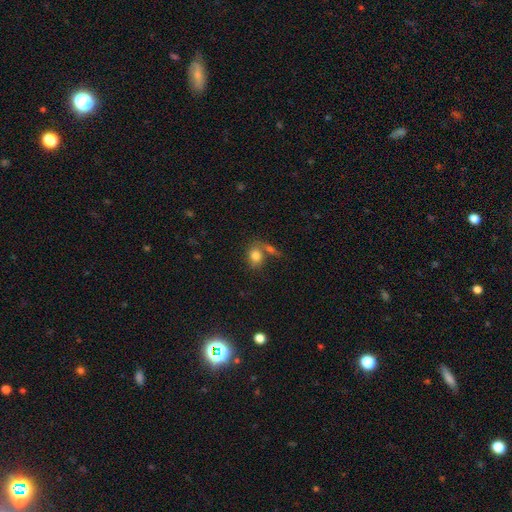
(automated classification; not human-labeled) Q: Smooth or featured?
A: smooth (80%); runner-up: featured or disk (10%)
Q: How rounded?
A: in between (58%); runner-up: round (40%)
Q: Merging?
A: none (46%); runner-up: merger (34%)